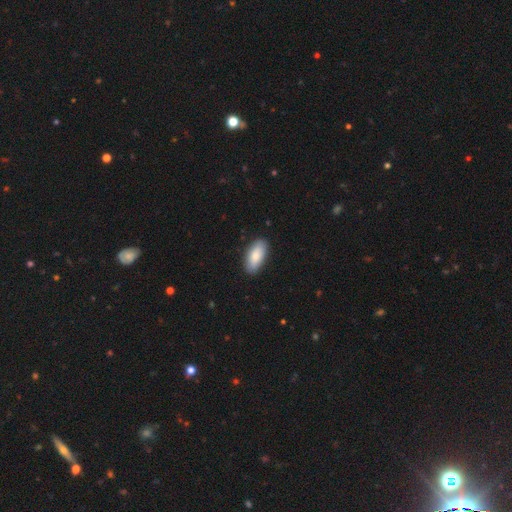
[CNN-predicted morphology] A smooth galaxy with no disk features (86%) that is in between round and cigar-shaped (90%). Merging: none (87%).